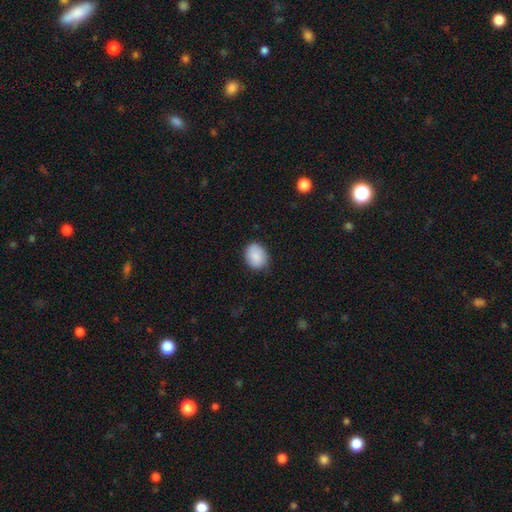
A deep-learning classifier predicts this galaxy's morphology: A smooth galaxy with no disk features (88%) that is in between round and cigar-shaped (56%).

Vote fractions:
- Smooth or featured? smooth: 88% / star or artifact: 7% / featured or disk: 5%
- How rounded? in between: 56% / round: 43% / cigar-shaped: 1%
- Merging? none: 82% / minor disturbance: 14% / major disturbance: 3% / merger: 1%